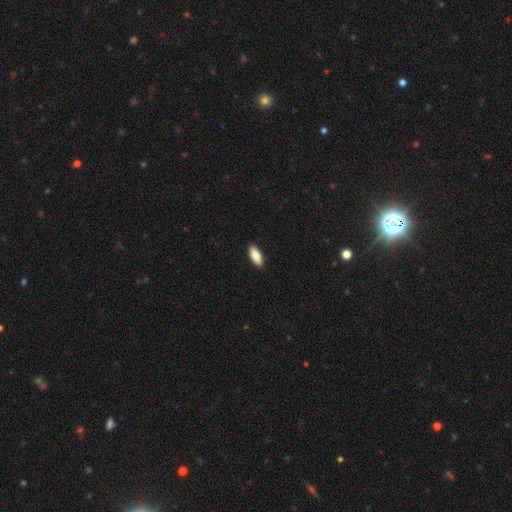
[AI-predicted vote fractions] Smooth or featured? Predicted: smooth (p=0.84). How rounded? Predicted: in between (p=0.81). Merging? Predicted: none (p=0.90).